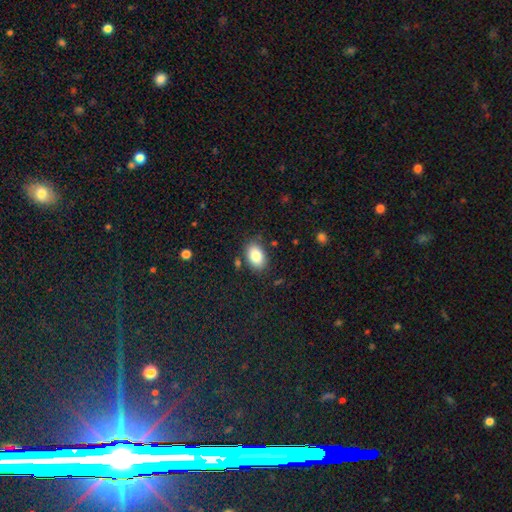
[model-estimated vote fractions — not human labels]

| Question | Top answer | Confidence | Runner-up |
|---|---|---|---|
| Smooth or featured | smooth | 85% | featured or disk (8%) |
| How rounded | in between | 89% | round (10%) |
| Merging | none | 82% | minor disturbance (12%) |